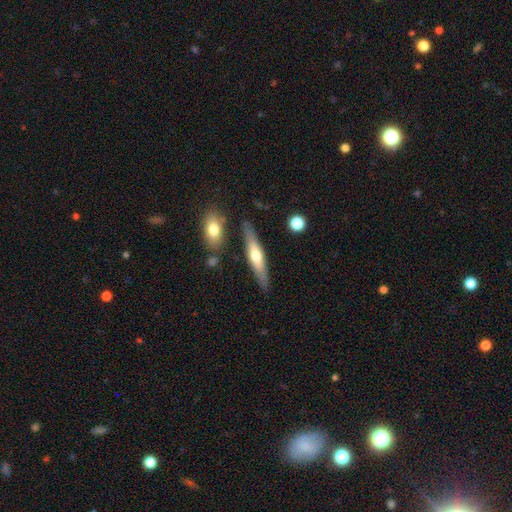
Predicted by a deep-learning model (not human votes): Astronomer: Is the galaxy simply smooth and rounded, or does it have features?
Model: featured or disk — 50% (runner-up: smooth, 44%).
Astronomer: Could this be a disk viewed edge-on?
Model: yes — 88%.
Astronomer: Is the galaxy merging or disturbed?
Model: none — 83%.